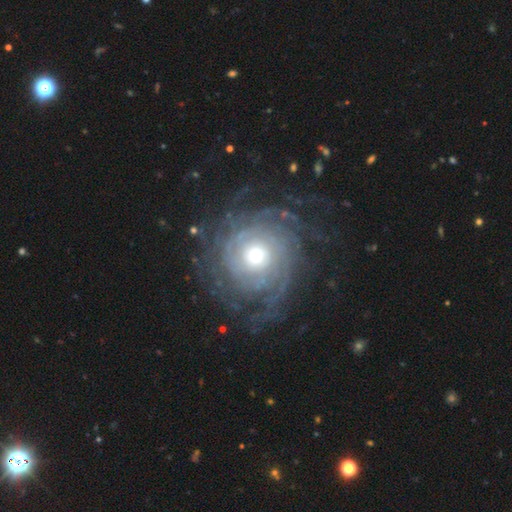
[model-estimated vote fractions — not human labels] This appears to be a featured or disk galaxy (86%) with no bar (82%), tight (77%) spiral arms (94%) and a small central bulge (50%). Merging: none (73%).